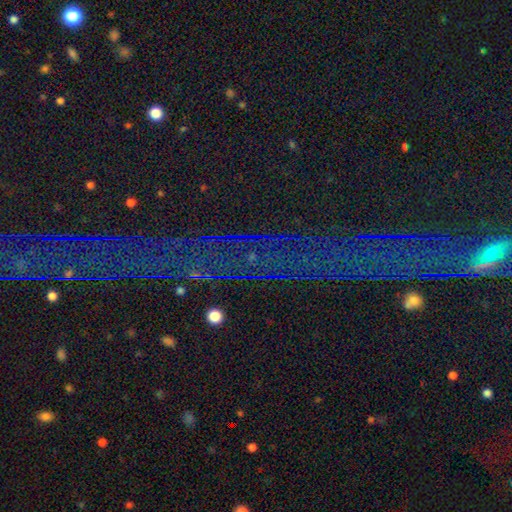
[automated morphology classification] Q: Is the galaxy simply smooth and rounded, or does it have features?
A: star or artifact — 84%.